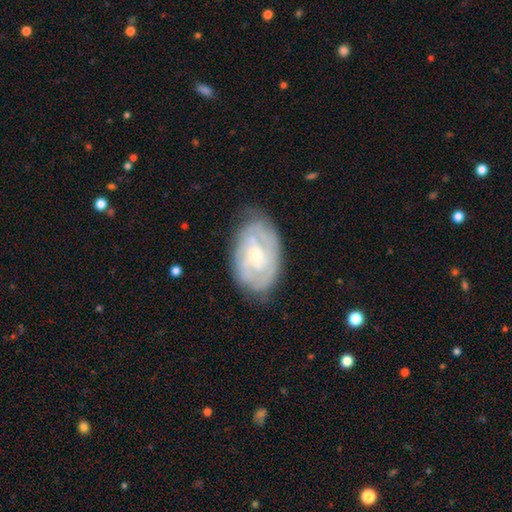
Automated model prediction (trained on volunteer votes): smooth_or_featured: featured or disk (p=0.78) [alt: smooth p=0.17]
disk_edge_on: no (p=0.96) [alt: yes p=0.04]
bar: no (p=0.60) [alt: weak p=0.33]
has_spiral_arms: yes (p=0.90) [alt: no p=0.10]
spiral_winding: tight (p=0.67) [alt: medium p=0.26]
spiral_arm_count: can't tell (p=0.41) [alt: 2 p=0.31]
bulge_size: small (p=0.67) [alt: moderate p=0.28]
merging: none (p=0.74) [alt: minor disturbance p=0.19]